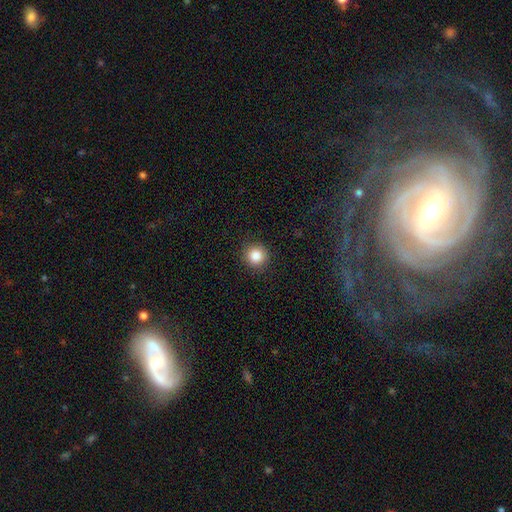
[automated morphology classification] Smooth or featured? smooth (86%)
How rounded? round (93%)
Merging? none (91%)